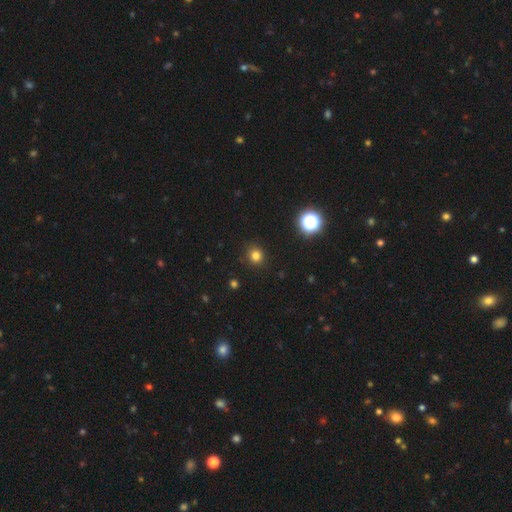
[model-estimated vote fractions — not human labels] Morphology: type=smooth (80%); roundness=round (88%); merging=none (90%).